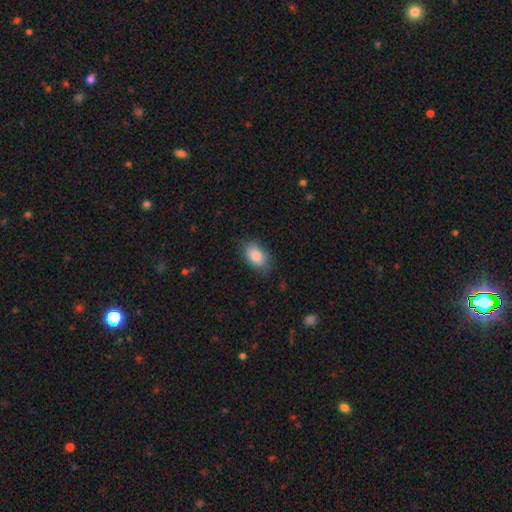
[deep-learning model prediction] smooth-or-featured: smooth: 86% | star or artifact: 7% | featured or disk: 7%
  how-rounded: in between: 88% | round: 11% | cigar-shaped: 1%
  merging: none: 77% | minor disturbance: 17% | major disturbance: 4% | merger: 1%